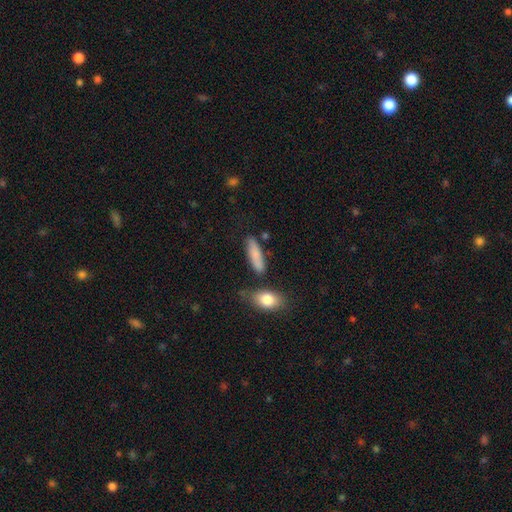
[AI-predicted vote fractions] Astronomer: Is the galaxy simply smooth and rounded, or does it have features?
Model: smooth — 82%.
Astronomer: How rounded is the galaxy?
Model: cigar-shaped — 62%.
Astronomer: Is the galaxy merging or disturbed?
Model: none — 75%.